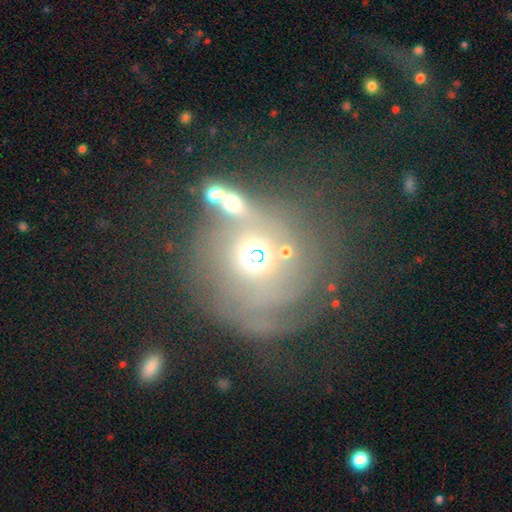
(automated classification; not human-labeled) smooth_or_featured: featured or disk (p=0.52) [alt: smooth p=0.32]
disk_edge_on: no (p=0.95) [alt: yes p=0.05]
merging: none (p=0.46) [alt: major disturbance p=0.20]